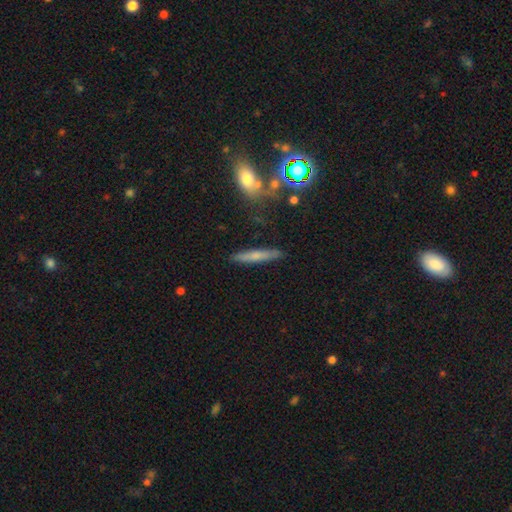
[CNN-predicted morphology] A smooth galaxy with no disk features (59%) that is cigar-shaped (89%). Merging: none (85%).